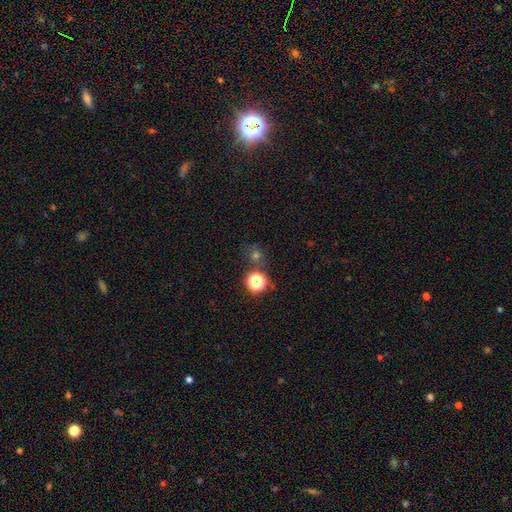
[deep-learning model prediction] This appears to be a star or artifact, not a galaxy (48%).